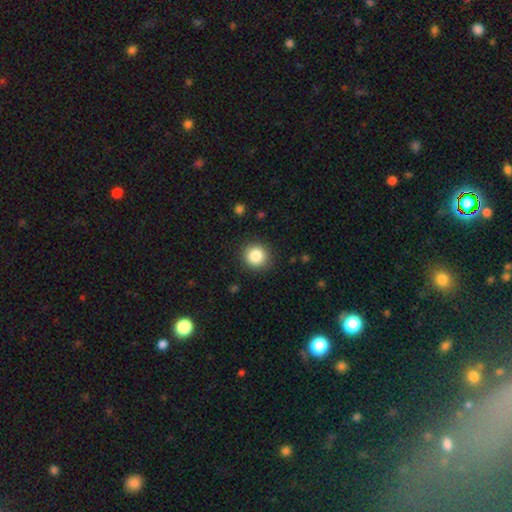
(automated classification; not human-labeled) The model was most divided on "smooth or featured": smooth: 84%, star or artifact: 10%, featured or disk: 6%. More confident: how rounded — round (91%); merging — none (90%).